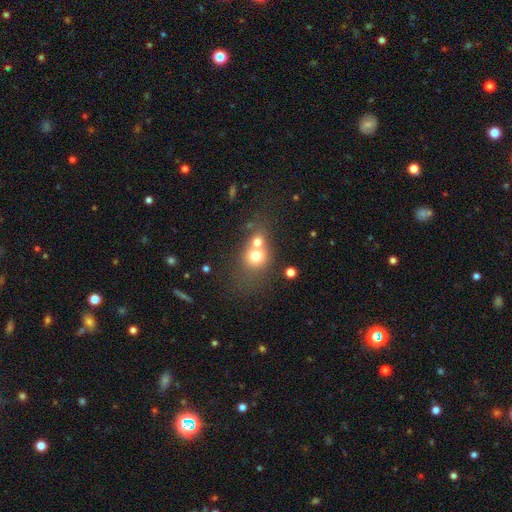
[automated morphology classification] Smooth or featured?
  - smooth: 68% *
  - featured or disk: 20%
  - star or artifact: 12%
How rounded?
  - round: 69% *
  - in between: 30%
  - cigar-shaped: 1%
Merging?
  - merger: 63% *
  - none: 26%
  - minor disturbance: 6%
  - major disturbance: 5%